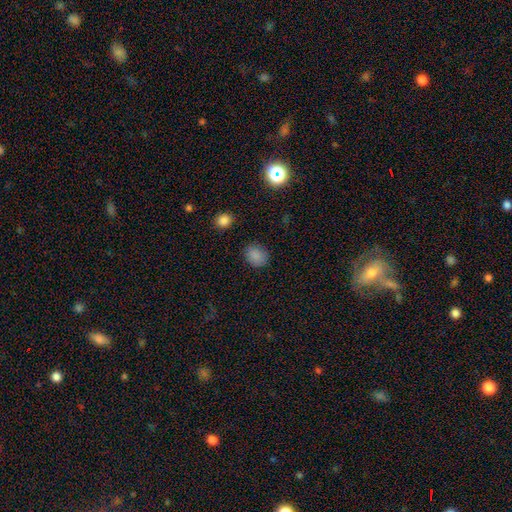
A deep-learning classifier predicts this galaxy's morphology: Smooth or featured? Predicted: smooth (p=0.85). How rounded? Predicted: round (p=0.57). Merging? Predicted: none (p=0.85).